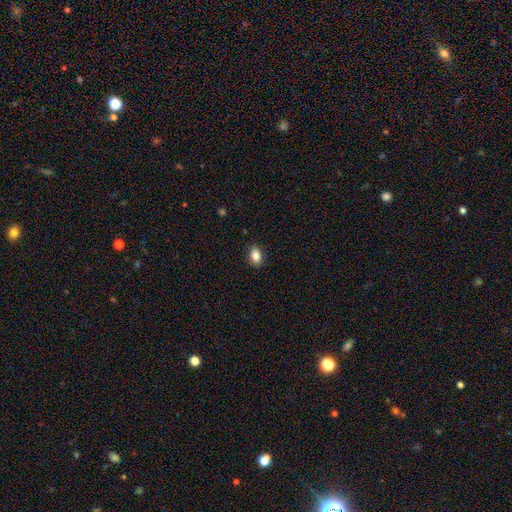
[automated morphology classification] Smooth or featured? smooth (85%)
How rounded? in between (81%)
Merging? none (88%)